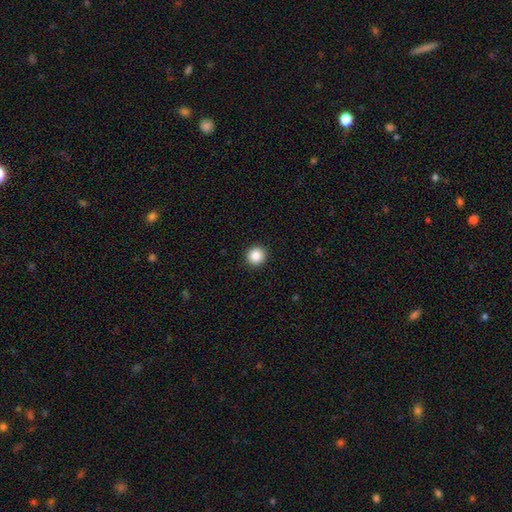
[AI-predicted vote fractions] Smooth or featured: smooth — 88% (star or artifact — 9%)
How rounded: round — 94% (in between — 5%)
Merging: none — 93% (minor disturbance — 5%)